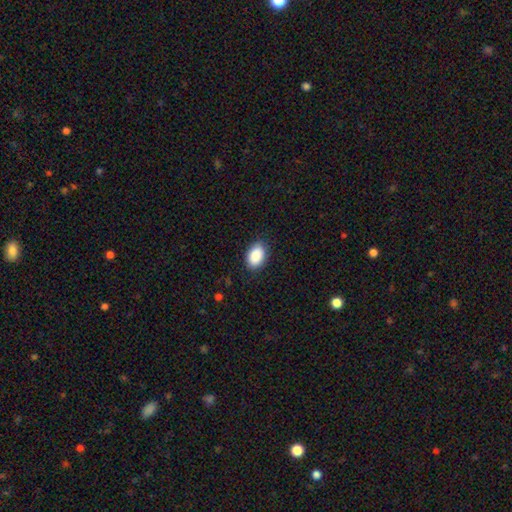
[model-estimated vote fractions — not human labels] smooth 89%, star or artifact 7%, featured or disk 3%. Down the decision tree: how rounded — in between (88%); merging — none (85%).